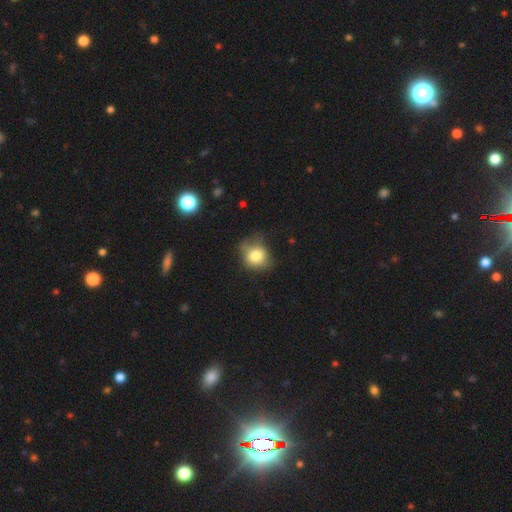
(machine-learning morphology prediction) A smooth galaxy with no disk features (78%) that is round (66%).

Vote fractions:
- Smooth or featured? smooth: 78% / featured or disk: 12% / star or artifact: 10%
- How rounded? round: 66% / in between: 33% / cigar-shaped: 1%
- Merging? none: 51% / minor disturbance: 34% / major disturbance: 13% / merger: 3%